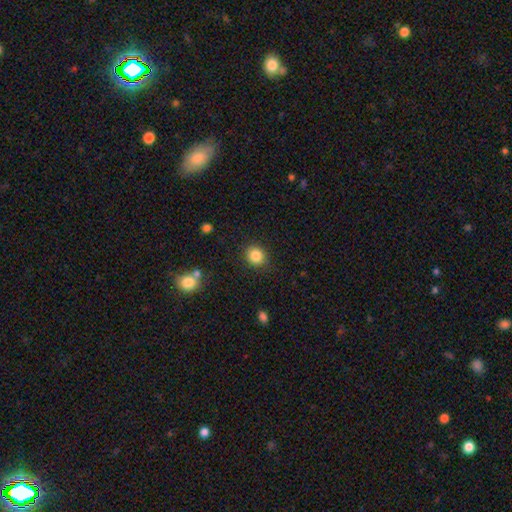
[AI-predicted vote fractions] A smooth galaxy with no disk features (85%) that is round (80%). Merging: none (88%).